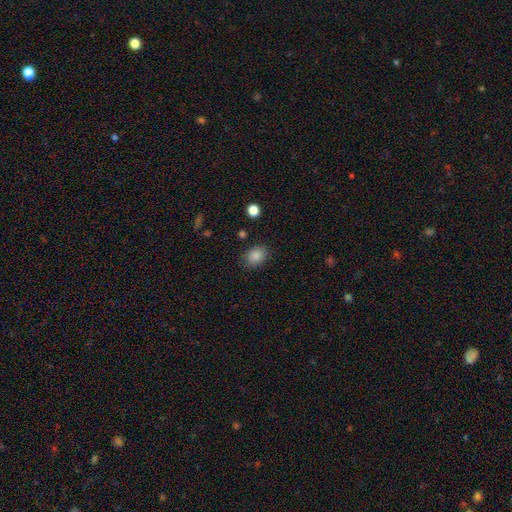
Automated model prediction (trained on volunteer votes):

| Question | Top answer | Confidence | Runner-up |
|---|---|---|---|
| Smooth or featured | smooth | 86% | star or artifact (10%) |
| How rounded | in between | 54% | round (46%) |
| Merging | none | 84% | minor disturbance (11%) |